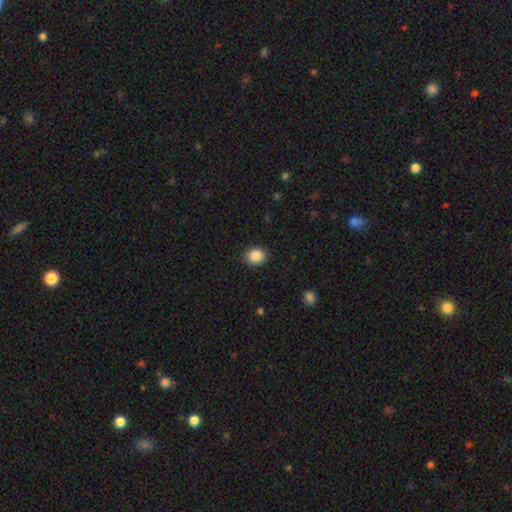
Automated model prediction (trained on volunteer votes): A smooth galaxy with no disk features (87%) that is round (77%).

Vote fractions:
- Smooth or featured? smooth: 87% / star or artifact: 9% / featured or disk: 4%
- How rounded? round: 77% / in between: 22% / cigar-shaped: 1%
- Merging? none: 90% / minor disturbance: 7% / major disturbance: 2% / merger: 1%